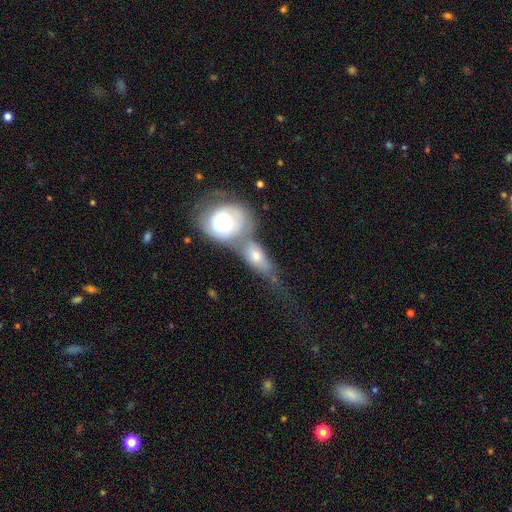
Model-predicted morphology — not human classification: type=smooth (56%); roundness=in between (70%); merging=merger (59%).